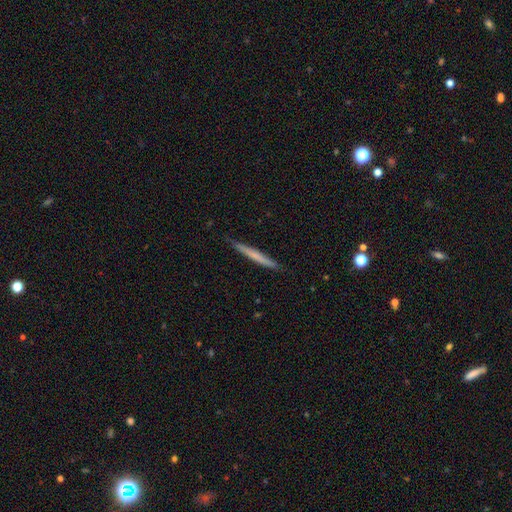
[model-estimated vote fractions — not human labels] This is possibly a smooth galaxy (57%). How rounded: clearly cigar-shaped (97%). Merging: clearly none (90%).